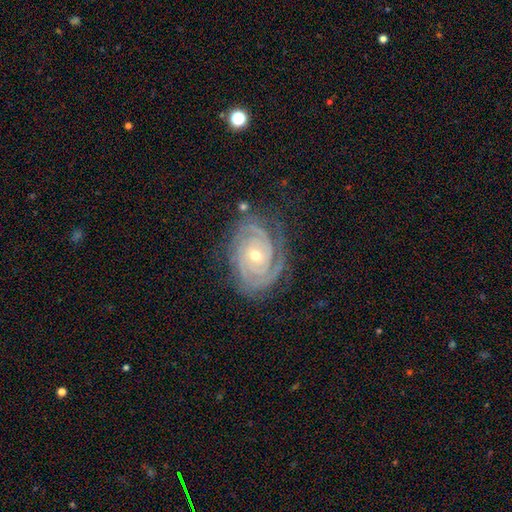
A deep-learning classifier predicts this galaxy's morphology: Smooth or featured: featured or disk — 90% (star or artifact — 5%)
Edge-on disk: no — 97% (yes — 3%)
Bar: no — 75% (weak — 17%)
Spiral arms: yes — 98% (no — 2%)
Spiral winding: tight — 84% (medium — 13%)
Spiral arm count: 2 — 36% (3 — 27%)
Bulge size: small — 53% (moderate — 44%)
Merging: none — 76% (minor disturbance — 16%)